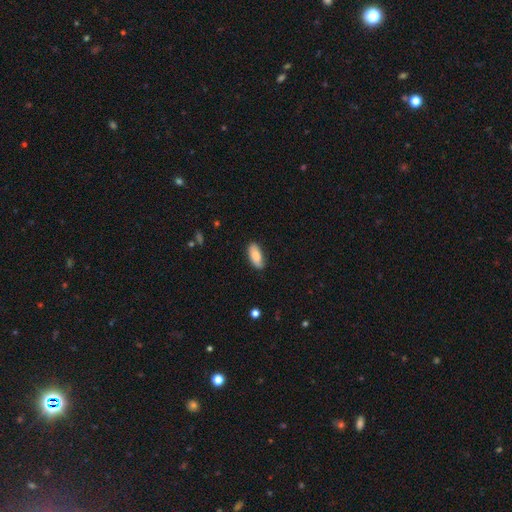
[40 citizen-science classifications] Overall: smooth (78%). How rounded: in between (81%). Merging: none (76%).